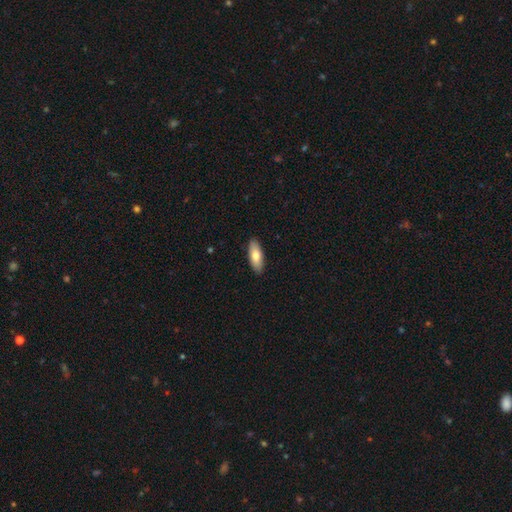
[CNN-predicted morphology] Smooth or featured?
  - smooth: 74% *
  - featured or disk: 20%
  - star or artifact: 6%
How rounded?
  - in between: 74% *
  - cigar-shaped: 24%
  - round: 2%
Merging?
  - none: 90% *
  - minor disturbance: 8%
  - major disturbance: 2%
  - merger: 1%